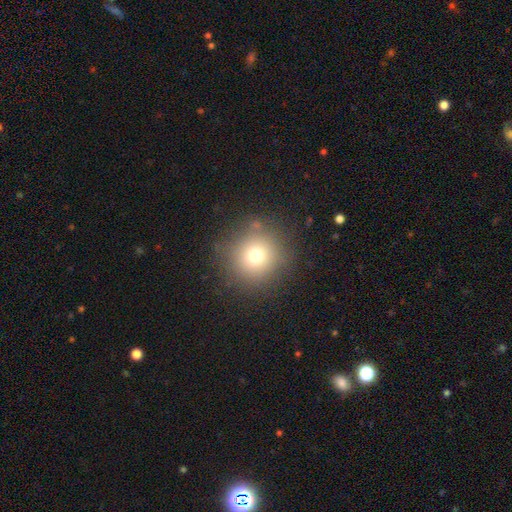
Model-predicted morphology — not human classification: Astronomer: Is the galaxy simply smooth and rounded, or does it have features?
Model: smooth — 73%.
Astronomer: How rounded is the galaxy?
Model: round — 94%.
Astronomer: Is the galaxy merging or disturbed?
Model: none — 85%.